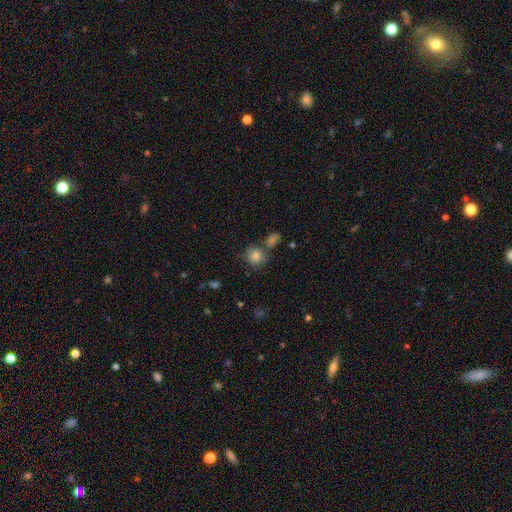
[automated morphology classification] smooth_or_featured: smooth (p=0.83) [alt: star or artifact p=0.10]
how_rounded: round (p=0.82) [alt: in between p=0.17]
merging: none (p=0.64) [alt: merger p=0.19]